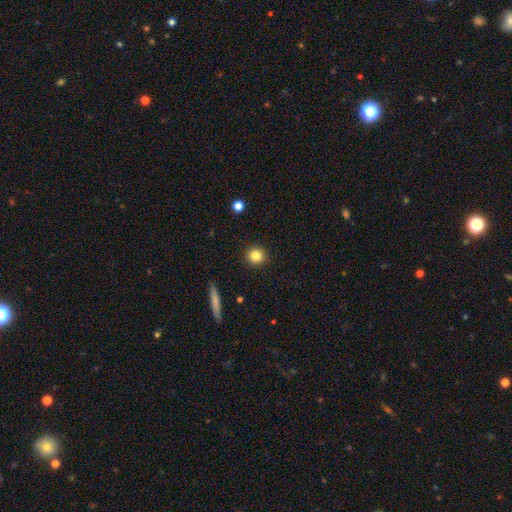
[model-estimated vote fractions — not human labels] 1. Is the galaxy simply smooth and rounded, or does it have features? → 84% smooth, 10% star or artifact, 6% featured or disk.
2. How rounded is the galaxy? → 91% round, 7% in between, 1% cigar-shaped.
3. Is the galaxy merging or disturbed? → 91% none, 5% minor disturbance, 2% major disturbance, 1% merger.